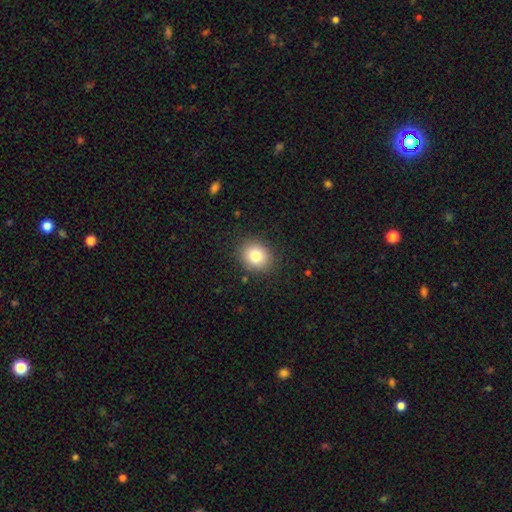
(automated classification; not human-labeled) smooth_or_featured: smooth (p=0.81) [alt: star or artifact p=0.11]
how_rounded: round (p=0.68) [alt: in between p=0.31]
merging: none (p=0.88) [alt: minor disturbance p=0.08]